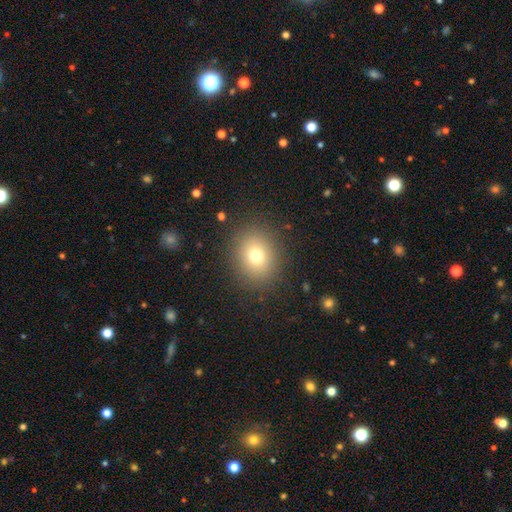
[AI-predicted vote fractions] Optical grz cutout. It shows a smooth galaxy with no disk features (74%) that is round (66%). Merging: none (87%).